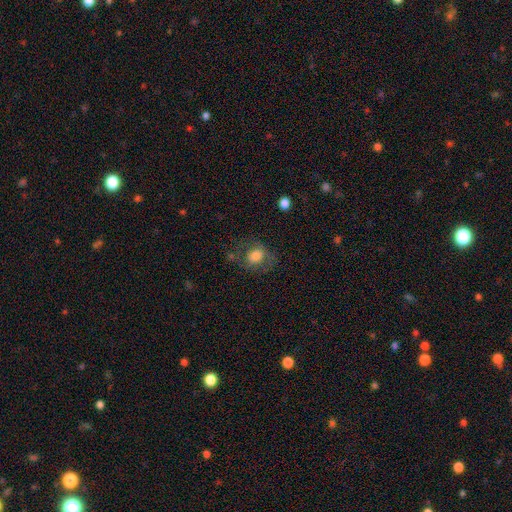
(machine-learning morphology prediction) This appears to be a smooth galaxy with no disk features (69%) that is round (56%). Merging: none (57%).